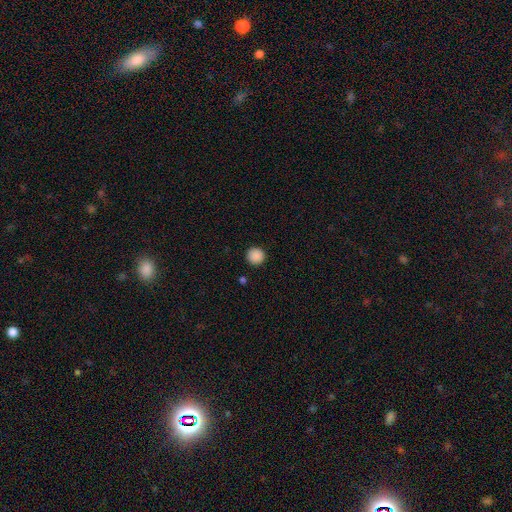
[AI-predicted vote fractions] This appears to be a smooth galaxy with no disk features (89%) that is round (95%). Merging: none (92%).